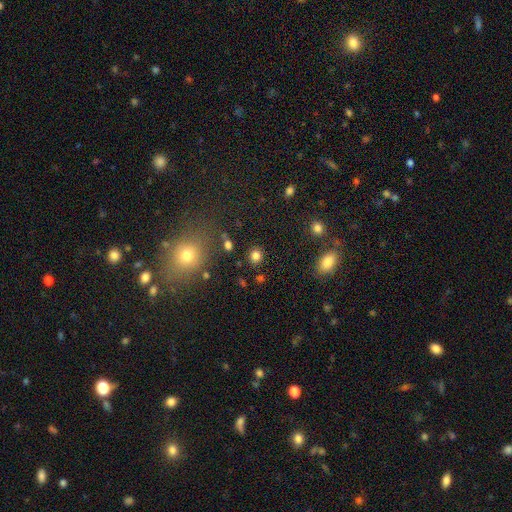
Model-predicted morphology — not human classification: Q: Smooth or featured?
A: smooth (81%); runner-up: star or artifact (13%)
Q: How rounded?
A: round (78%); runner-up: in between (21%)
Q: Merging?
A: none (86%); runner-up: minor disturbance (8%)